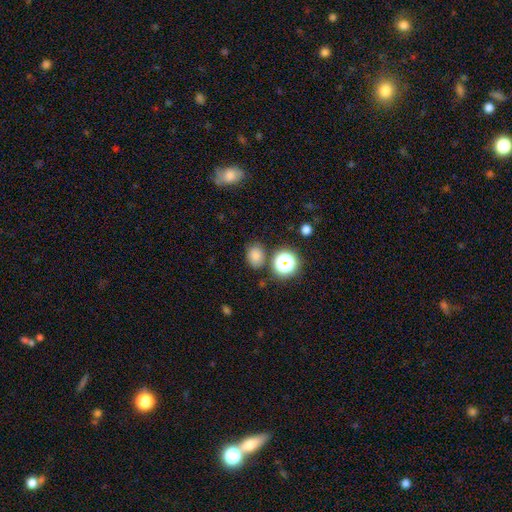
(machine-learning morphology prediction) Smooth or featured? smooth (75%)
How rounded? in between (50%)
Merging? none (78%)